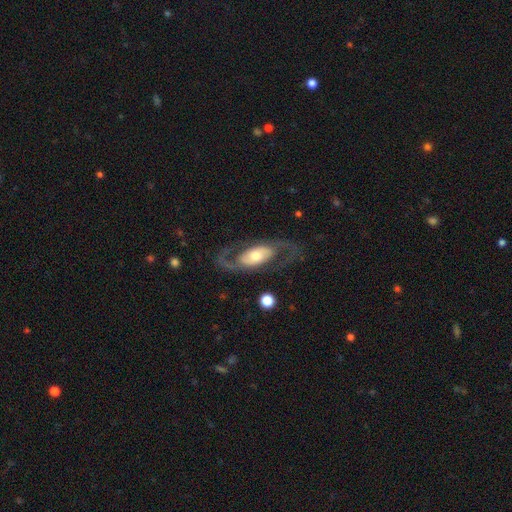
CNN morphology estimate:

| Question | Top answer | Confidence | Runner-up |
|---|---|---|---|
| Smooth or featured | featured or disk | 82% | smooth (13%) |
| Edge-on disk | no | 93% | yes (7%) |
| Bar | no | 57% | weak (27%) |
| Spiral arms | yes | 87% | no (13%) |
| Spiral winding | medium | 47% | loose (39%) |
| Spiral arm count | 2 | 90% | can't tell (4%) |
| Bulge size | moderate | 55% | small (24%) |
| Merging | none | 74% | major disturbance (13%) |